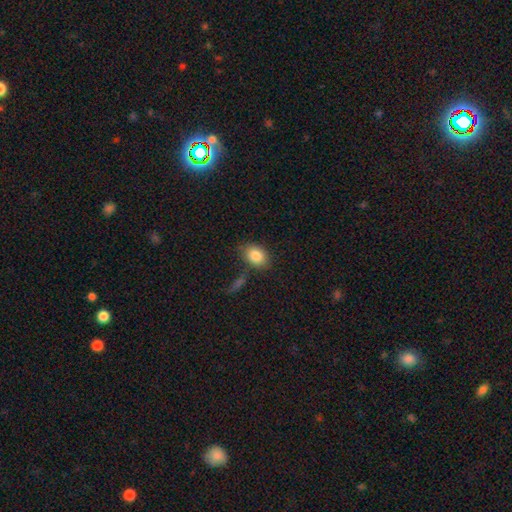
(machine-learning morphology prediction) type=smooth (85%); roundness=in between (67%); merging=none (73%).